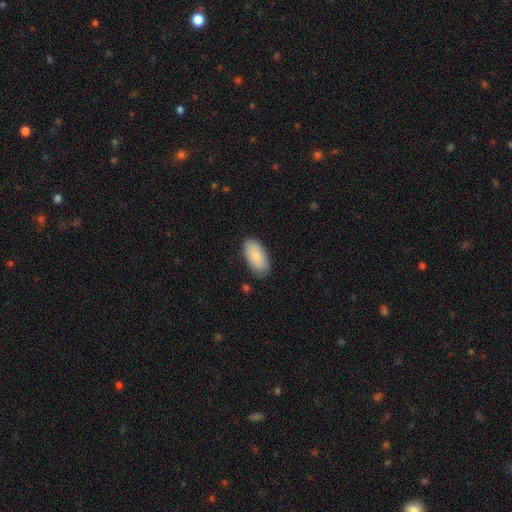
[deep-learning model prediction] Smooth or featured: smooth — 84% (featured or disk — 9%)
How rounded: in between — 94% (cigar-shaped — 3%)
Merging: none — 81% (minor disturbance — 15%)